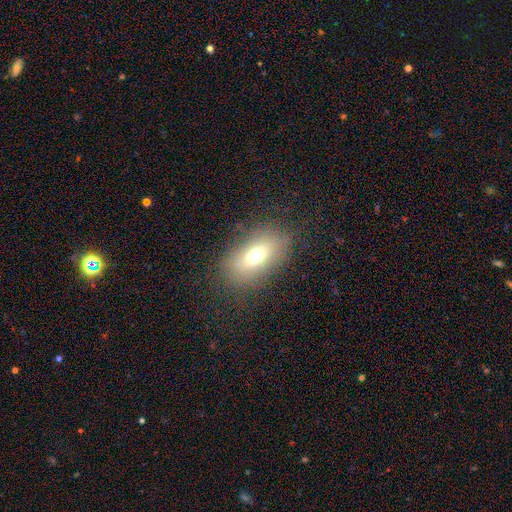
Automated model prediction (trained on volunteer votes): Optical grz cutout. It shows a smooth galaxy with no disk features (66%) that is in between round and cigar-shaped (84%). Merging: none (80%).